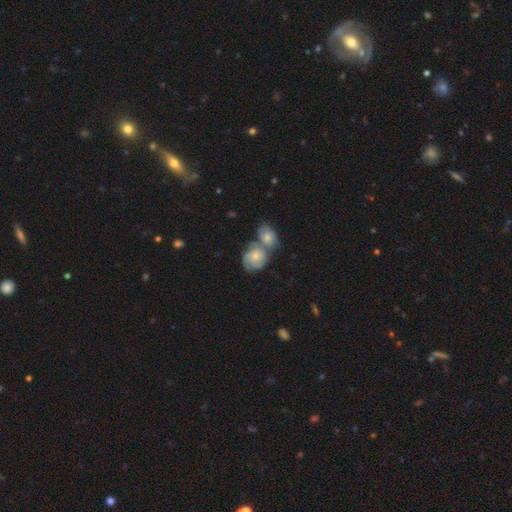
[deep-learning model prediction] Q: Smooth or featured?
A: featured or disk (61%); runner-up: smooth (32%)
Q: Edge-on disk?
A: no (97%); runner-up: yes (3%)
Q: Bar?
A: no (76%); runner-up: weak (21%)
Q: Spiral arms?
A: yes (88%); runner-up: no (12%)
Q: Spiral winding?
A: tight (61%); runner-up: medium (31%)
Q: Spiral arm count?
A: can't tell (33%); runner-up: 3 (31%)
Q: Bulge size?
A: small (50%); runner-up: moderate (41%)
Q: Merging?
A: merger (54%); runner-up: none (30%)